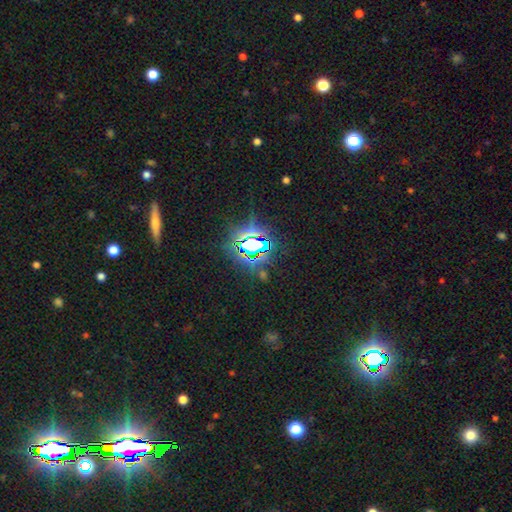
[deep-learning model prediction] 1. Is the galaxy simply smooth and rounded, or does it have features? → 81% star or artifact, 11% smooth, 8% featured or disk.